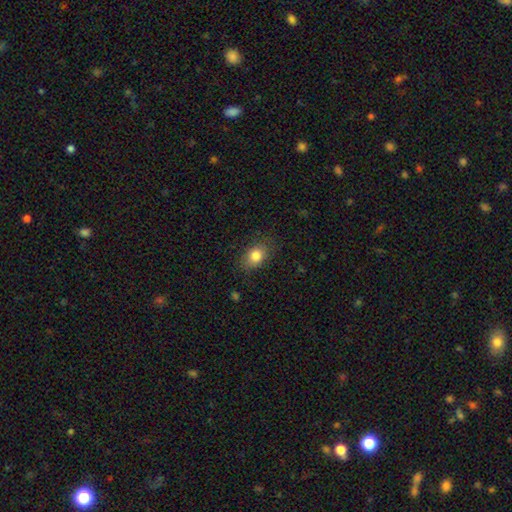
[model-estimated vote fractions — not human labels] Smooth or featured?
  - smooth: 83% *
  - star or artifact: 9%
  - featured or disk: 8%
How rounded?
  - in between: 72% *
  - round: 26%
  - cigar-shaped: 2%
Merging?
  - none: 79% *
  - minor disturbance: 15%
  - major disturbance: 4%
  - merger: 1%